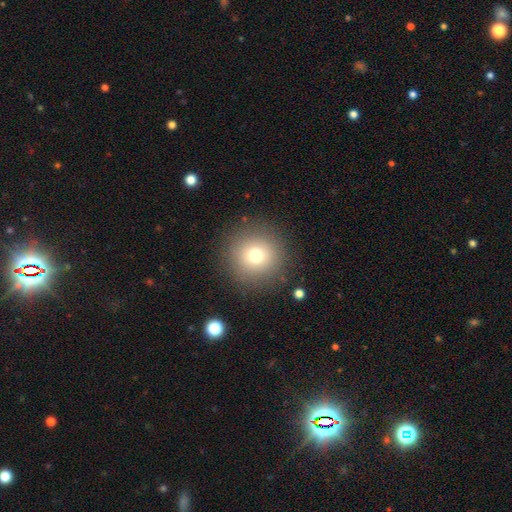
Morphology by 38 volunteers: Smooth or featured: smooth — 74% (featured or disk — 21%)
How rounded: round — 100%
Merging: none — 100%